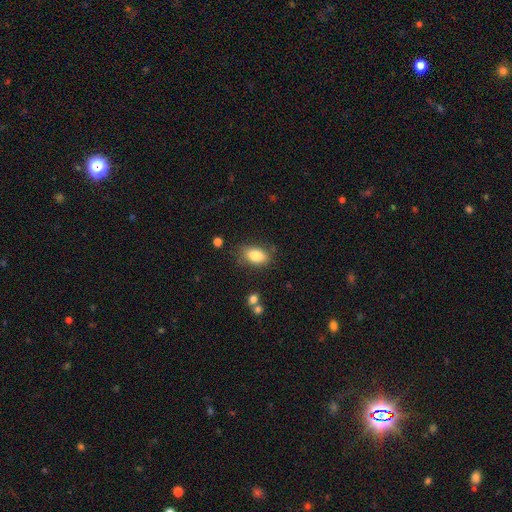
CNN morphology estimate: smooth 83%, featured or disk 9%, star or artifact 8%. Down the decision tree: how rounded — in between (89%); merging — none (78%).